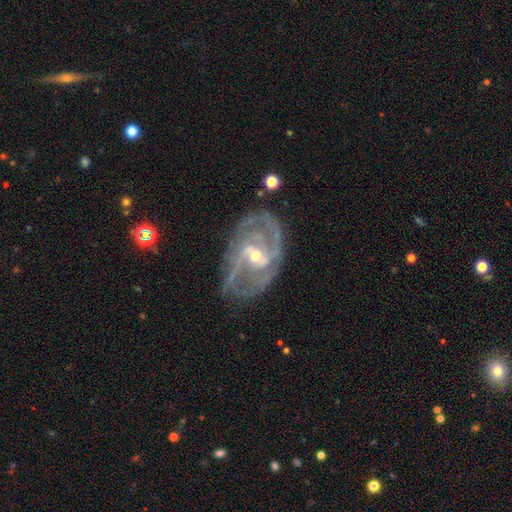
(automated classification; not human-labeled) featured or disk 90%, smooth 5%, star or artifact 5%. Down the decision tree: edge-on disk — no (96%); bar — weak (48%); spiral arms — yes (96%); spiral arm count — 2 (58%); spiral winding — medium (48%); bulge size — moderate (53%); merging — none (74%).